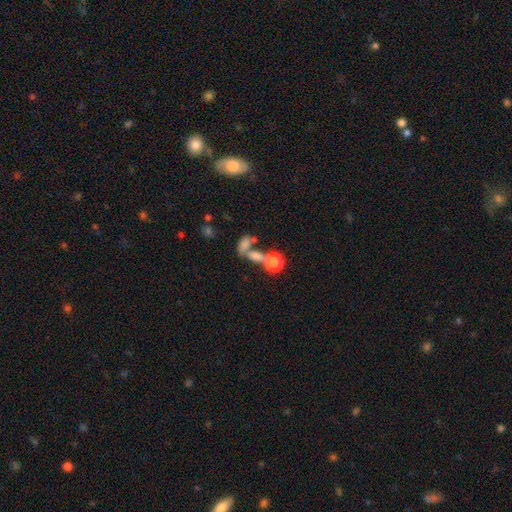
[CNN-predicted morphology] This is likely a smooth galaxy (63%). How rounded: possibly in between (54%). Merging: possibly merger (47%).